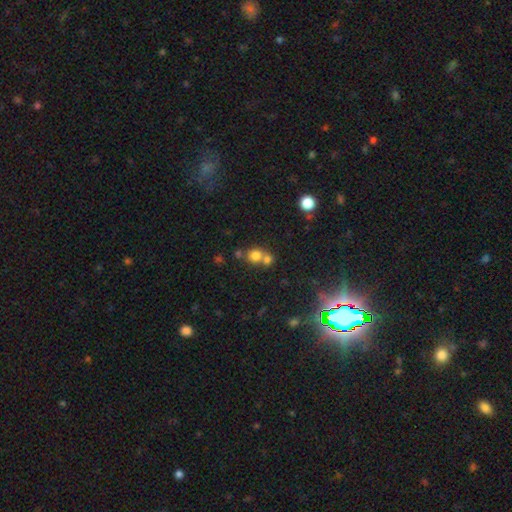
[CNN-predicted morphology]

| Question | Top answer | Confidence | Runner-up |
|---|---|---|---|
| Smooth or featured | smooth | 74% | star or artifact (16%) |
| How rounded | round | 80% | in between (19%) |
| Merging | merger | 49% | none (41%) |